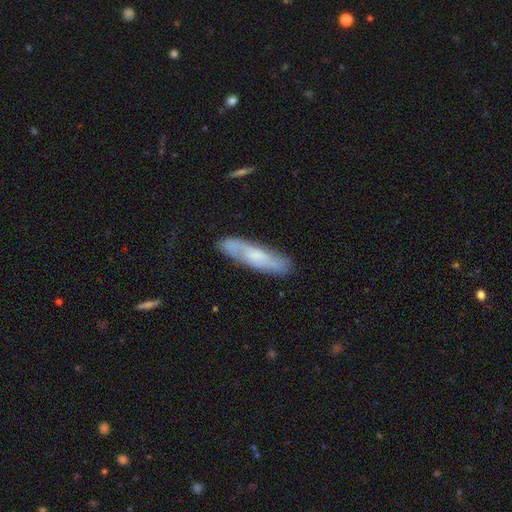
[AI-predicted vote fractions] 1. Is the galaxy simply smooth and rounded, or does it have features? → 51% featured or disk, 42% smooth, 7% star or artifact.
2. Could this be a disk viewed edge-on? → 62% no, 38% yes.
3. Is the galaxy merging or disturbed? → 79% none, 15% minor disturbance, 3% major disturbance, 2% merger.